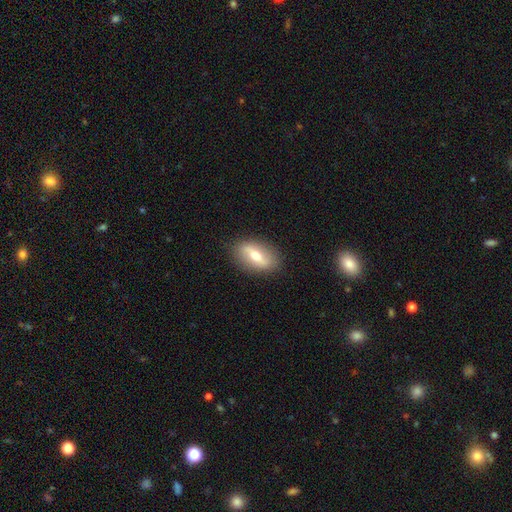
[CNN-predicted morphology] smooth-or-featured: featured or disk: 53% | smooth: 40% | star or artifact: 7%
  disk-edge-on: no: 77% | yes: 23%
  merging: none: 87% | minor disturbance: 9% | major disturbance: 3% | merger: 1%